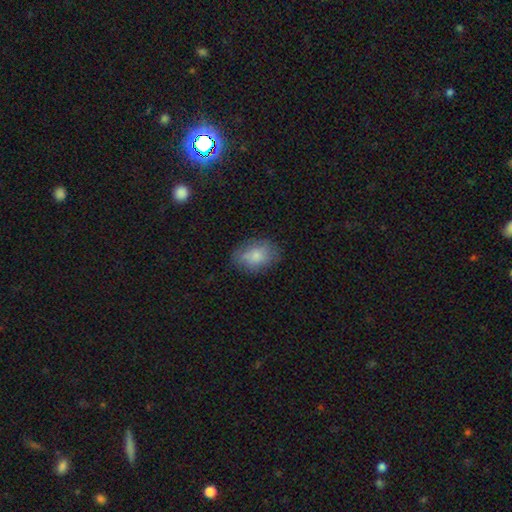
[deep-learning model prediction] Overall: smooth (77%). How rounded: in between (82%). Merging: none (73%).